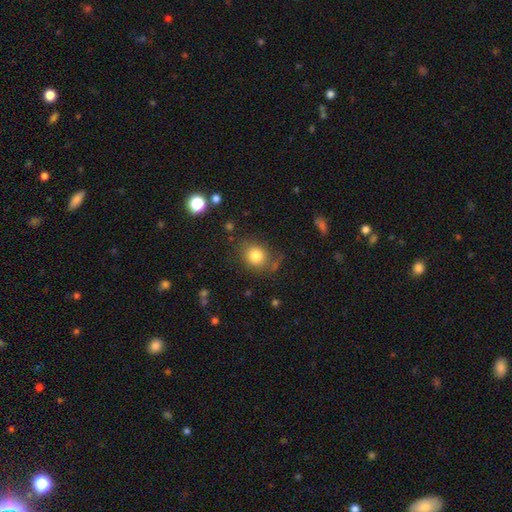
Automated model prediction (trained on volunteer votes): smooth 82%, star or artifact 11%, featured or disk 7%. Down the decision tree: how rounded — round (71%); merging — none (76%).